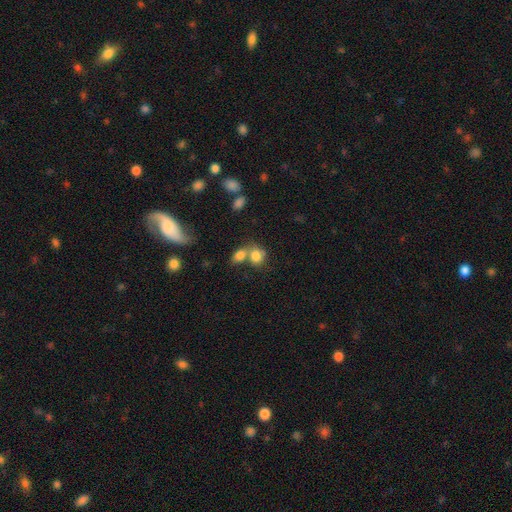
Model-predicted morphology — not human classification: type=smooth (80%); roundness=round (53%); merging=merger (52%).